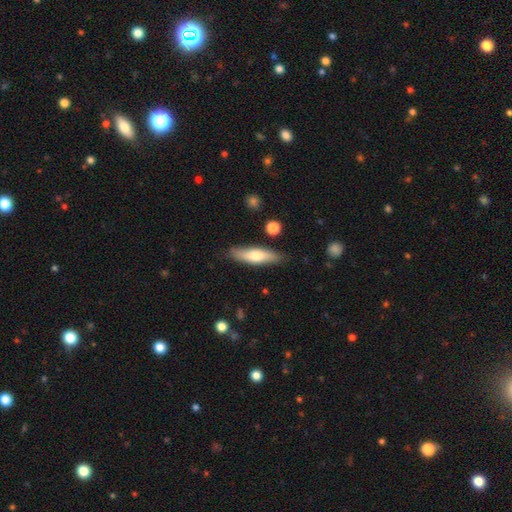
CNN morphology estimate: smooth 61%, featured or disk 33%, star or artifact 6%. Down the decision tree: how rounded — cigar-shaped (65%); merging — none (84%).